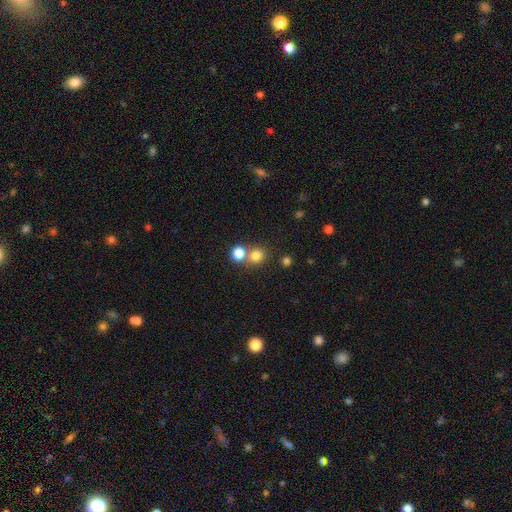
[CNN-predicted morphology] smooth-or-featured: smooth: 78% | star or artifact: 15% | featured or disk: 7%
  how-rounded: round: 87% | in between: 12% | cigar-shaped: 1%
  merging: none: 59% | merger: 32% | minor disturbance: 6% | major disturbance: 3%